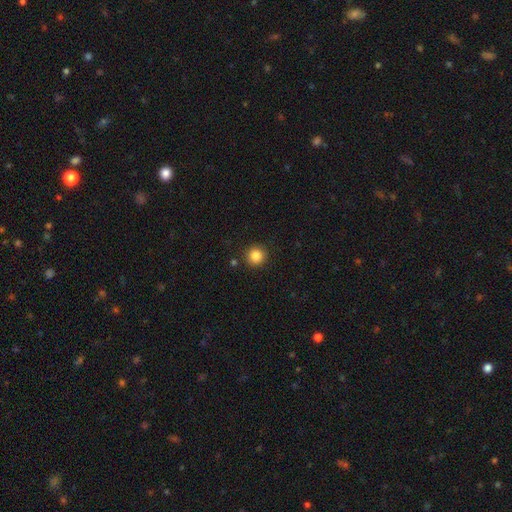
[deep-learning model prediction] A smooth galaxy with no disk features (85%) that is round (94%).

Vote fractions:
- Smooth or featured? smooth: 85% / star or artifact: 11% / featured or disk: 4%
- How rounded? round: 94% / in between: 5% / cigar-shaped: 1%
- Merging? none: 89% / minor disturbance: 6% / merger: 2% / major disturbance: 2%